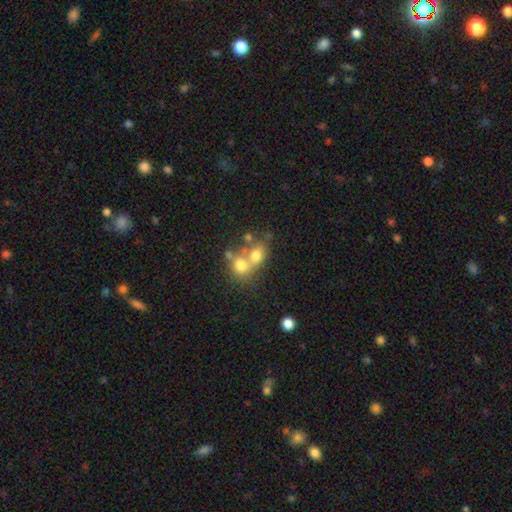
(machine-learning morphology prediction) type=smooth (68%); roundness=round (64%); merging=merger (59%).